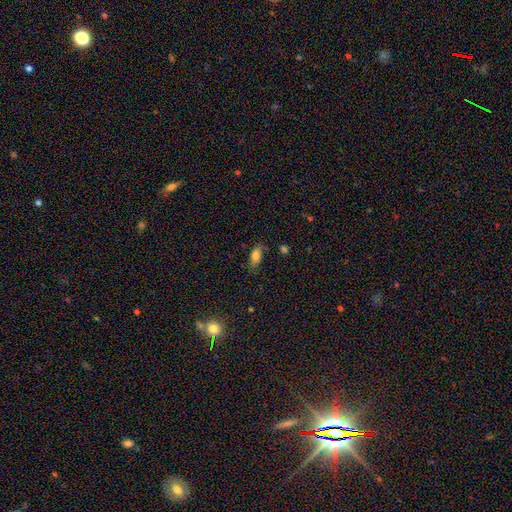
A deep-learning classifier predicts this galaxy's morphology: Smooth or featured: smooth — 77% (featured or disk — 13%)
How rounded: in between — 83% (cigar-shaped — 13%)
Merging: none — 69% (minor disturbance — 22%)